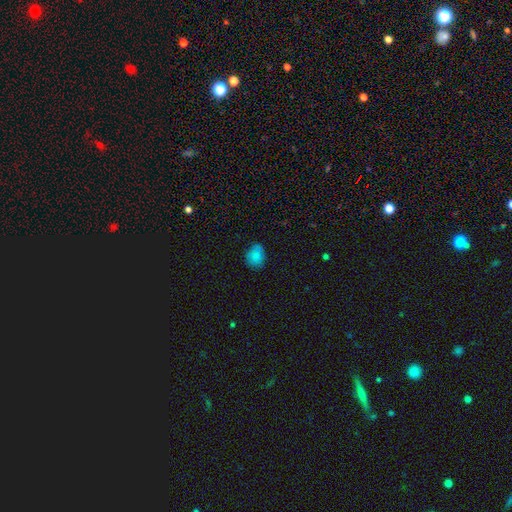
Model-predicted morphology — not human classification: smooth_or_featured: smooth (p=0.83) [alt: star or artifact p=0.10]
how_rounded: round (p=0.55) [alt: in between p=0.44]
merging: none (p=0.71) [alt: minor disturbance p=0.23]